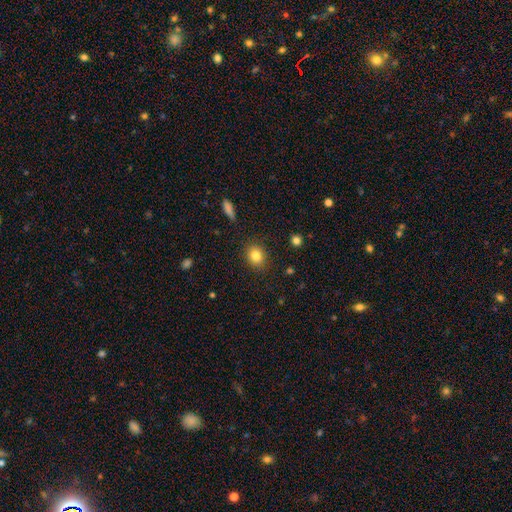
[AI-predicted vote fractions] Smooth or featured: smooth — 83% (star or artifact — 10%)
How rounded: round — 61% (in between — 38%)
Merging: none — 87% (minor disturbance — 9%)